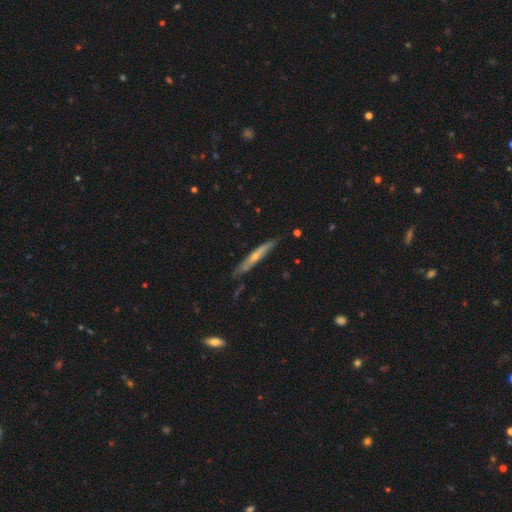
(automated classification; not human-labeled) The model was most divided on "smooth or featured": featured or disk: 57%, smooth: 37%, star or artifact: 6%. More confident: edge-on disk — yes (90%); merging — none (74%); edge-on bulge — rounded (64%).